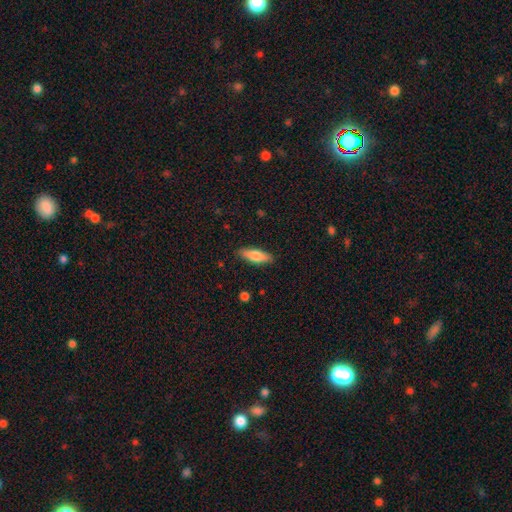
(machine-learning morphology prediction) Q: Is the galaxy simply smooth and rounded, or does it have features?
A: smooth — 75%.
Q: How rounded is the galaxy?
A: in between — 51%.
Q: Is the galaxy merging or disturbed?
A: none — 87%.